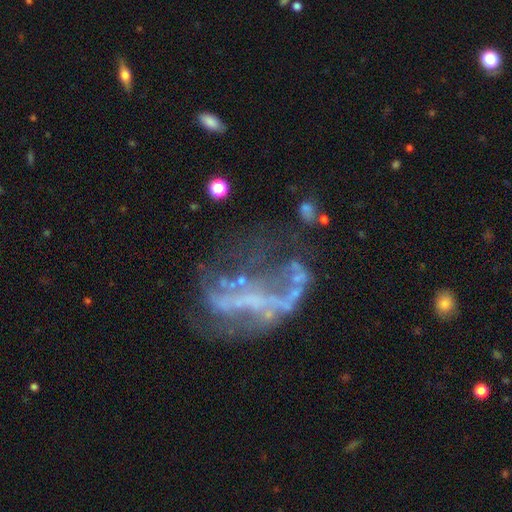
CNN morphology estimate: Overall: featured or disk (68%). Edge-on disk: no (95%). Bar: no (59%; weak 21%). Spiral arms: no (72%). Bulge size: none (73%). Merging: major disturbance (42%; none 30%).